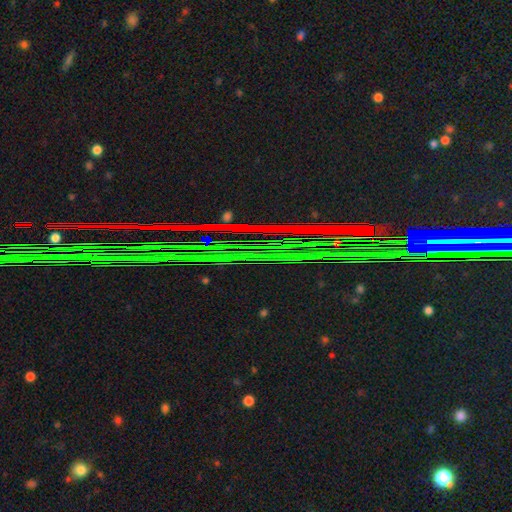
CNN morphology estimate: A star or artifact, not a galaxy (84%).